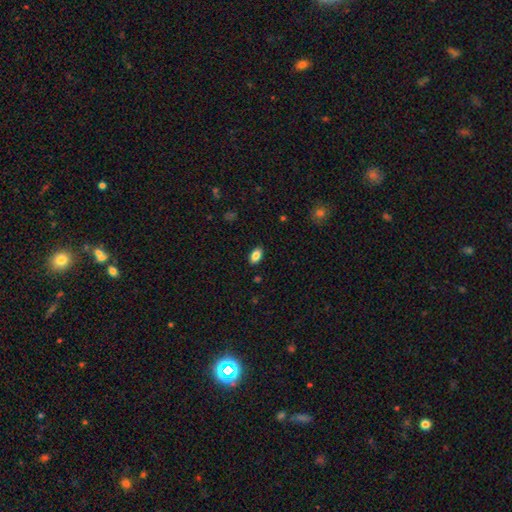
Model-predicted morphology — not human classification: Overall: smooth (86%). How rounded: in between (92%). Merging: none (88%).